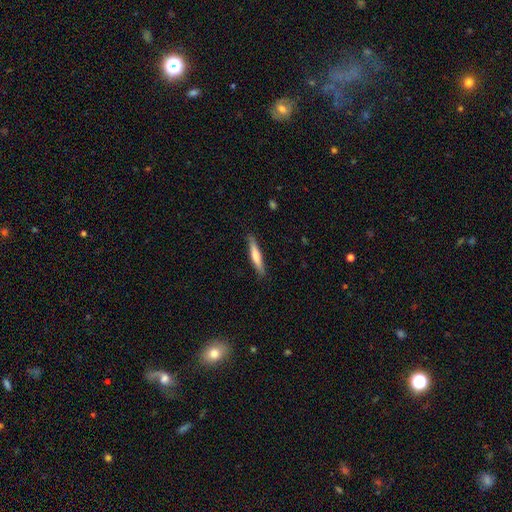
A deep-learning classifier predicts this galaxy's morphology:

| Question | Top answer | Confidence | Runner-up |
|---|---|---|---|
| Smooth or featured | smooth | 66% | featured or disk (29%) |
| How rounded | cigar-shaped | 91% | in between (8%) |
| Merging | none | 87% | minor disturbance (10%) |